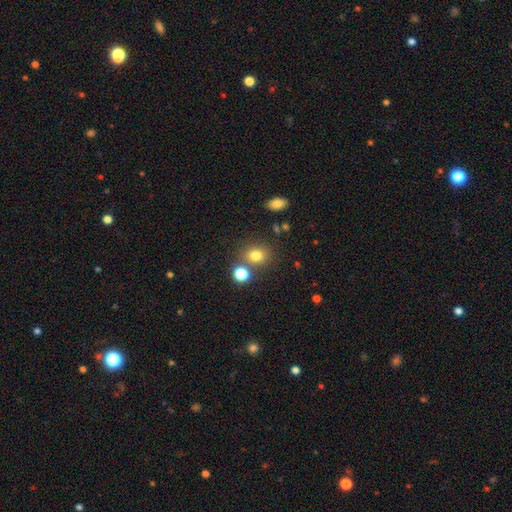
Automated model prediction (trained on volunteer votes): Q: Smooth or featured?
A: smooth (78%); runner-up: star or artifact (14%)
Q: How rounded?
A: round (65%); runner-up: in between (34%)
Q: Merging?
A: none (72%); runner-up: merger (14%)